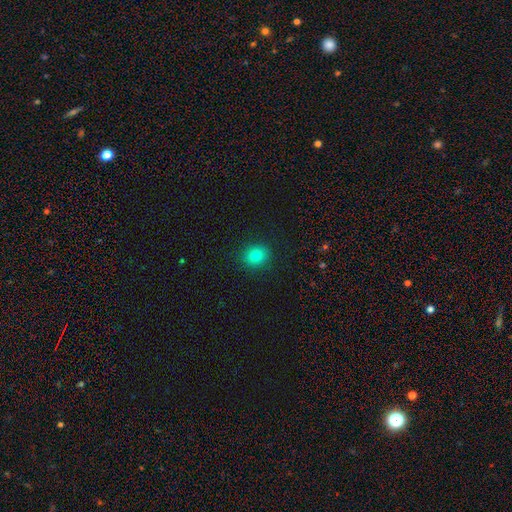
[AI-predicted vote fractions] The model was most divided on "how rounded": round: 66%, in between: 33%, cigar-shaped: 1%. More confident: merging — none (89%); smooth or featured — smooth (81%).